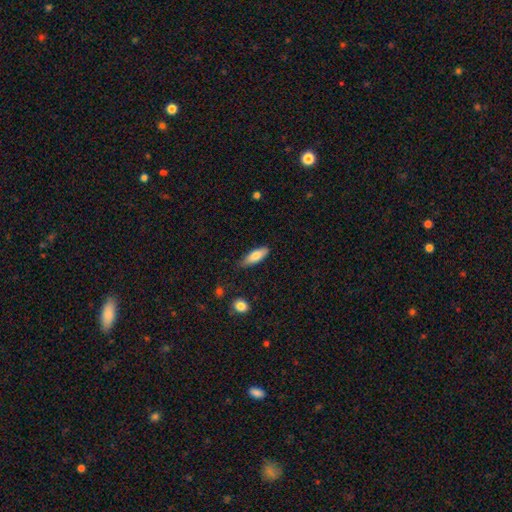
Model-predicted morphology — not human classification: smooth-or-featured: smooth: 77% | featured or disk: 17% | star or artifact: 6%
  how-rounded: in between: 58% | cigar-shaped: 40% | round: 2%
  merging: none: 76% | minor disturbance: 19% | major disturbance: 3% | merger: 2%